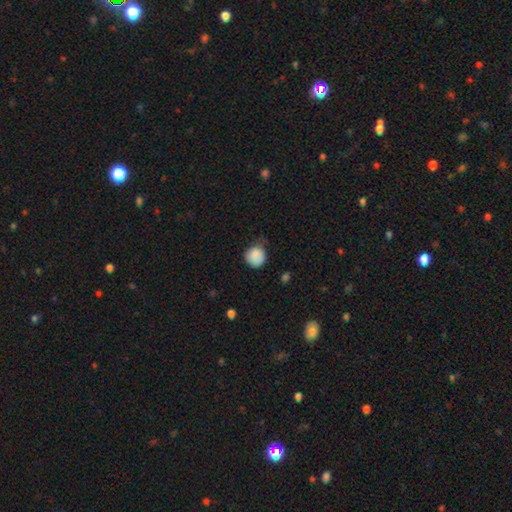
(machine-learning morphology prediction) smooth 86%, star or artifact 8%, featured or disk 7%. Down the decision tree: how rounded — round (86%); merging — none (53%).